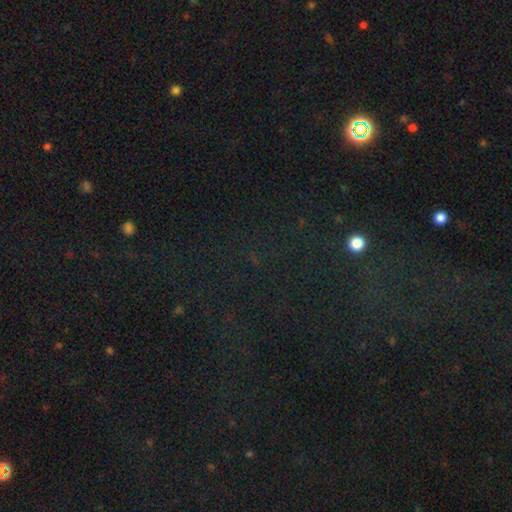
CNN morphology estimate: A star or artifact, not a galaxy (74%).